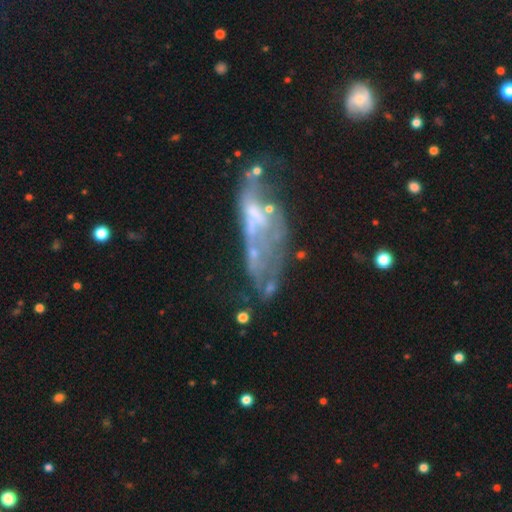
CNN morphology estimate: Smooth or featured: featured or disk — 64% (smooth — 22%)
Edge-on disk: no — 88% (yes — 12%)
Bar: no — 76% (weak — 16%)
Spiral arms: no — 79% (yes — 21%)
Bulge size: none — 60% (small — 21%)
Merging: major disturbance — 34% (none — 27%)